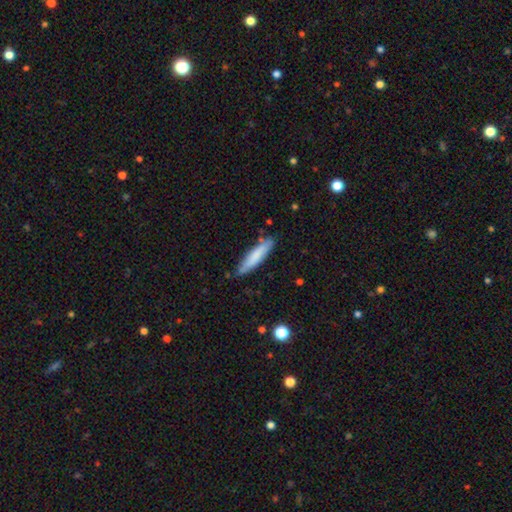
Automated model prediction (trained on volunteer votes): Smooth or featured: smooth — 76% (featured or disk — 18%)
How rounded: cigar-shaped — 82% (in between — 17%)
Merging: none — 79% (minor disturbance — 16%)